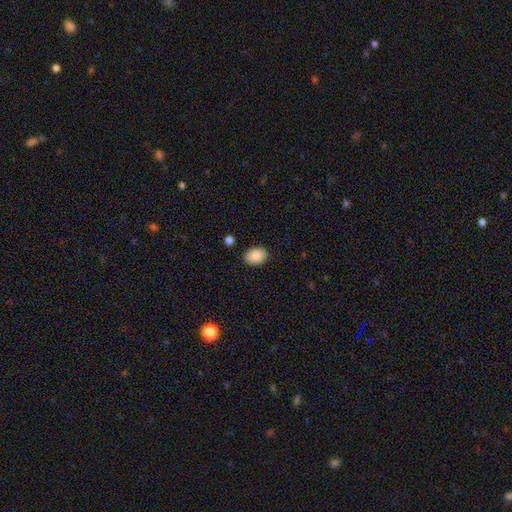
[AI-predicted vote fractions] A smooth galaxy with no disk features (87%) that is in between round and cigar-shaped (71%).

Vote fractions:
- Smooth or featured? smooth: 87% / star or artifact: 8% / featured or disk: 5%
- How rounded? in between: 71% / round: 28% / cigar-shaped: 1%
- Merging? none: 87% / minor disturbance: 10% / major disturbance: 2% / merger: 2%